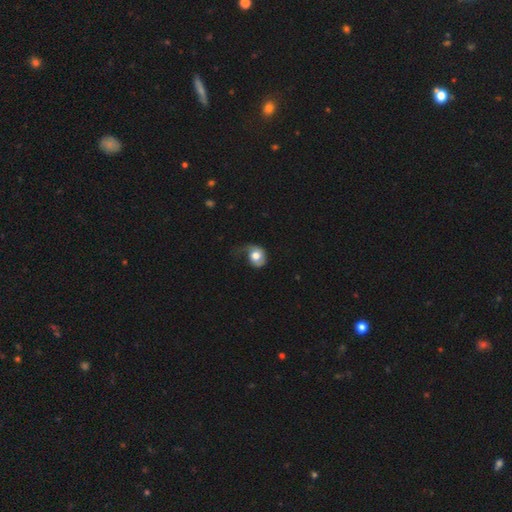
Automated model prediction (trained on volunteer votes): smooth 57%, featured or disk 36%, star or artifact 7%. Down the decision tree: how rounded — round (64%); merging — major disturbance (45%).